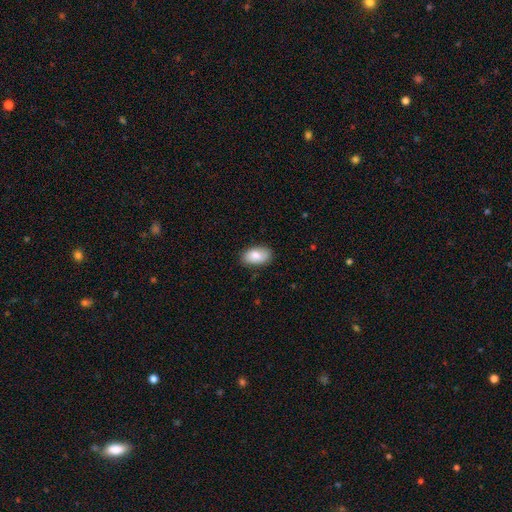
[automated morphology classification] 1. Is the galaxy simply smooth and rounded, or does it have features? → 84% smooth, 10% featured or disk, 6% star or artifact.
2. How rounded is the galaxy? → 93% in between, 5% round, 2% cigar-shaped.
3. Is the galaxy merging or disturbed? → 82% none, 14% minor disturbance, 3% major disturbance, 1% merger.